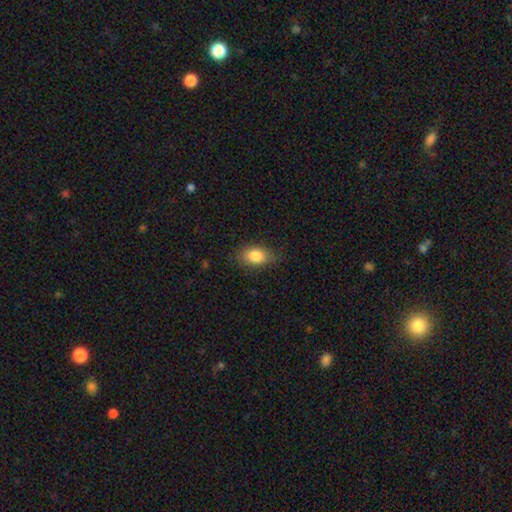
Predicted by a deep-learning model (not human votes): Smooth or featured: smooth — 83% (featured or disk — 9%)
How rounded: in between — 85% (round — 13%)
Merging: none — 80% (minor disturbance — 15%)